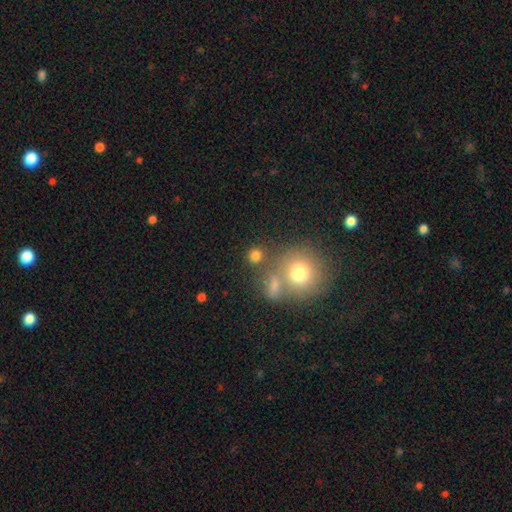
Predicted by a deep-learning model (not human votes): smooth-or-featured: smooth: 77% | star or artifact: 15% | featured or disk: 8%
  how-rounded: round: 87% | in between: 12% | cigar-shaped: 1%
  merging: none: 70% | merger: 17% | minor disturbance: 8% | major disturbance: 5%